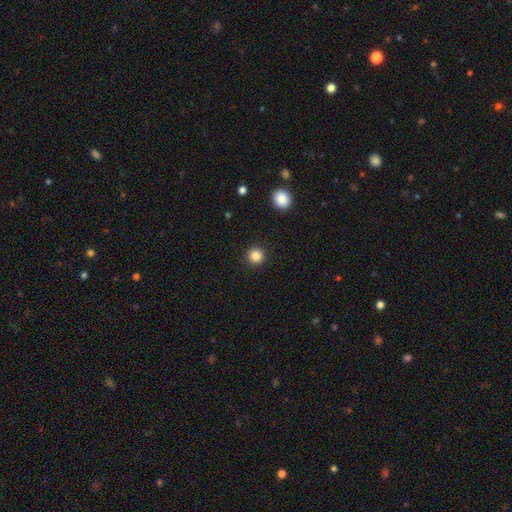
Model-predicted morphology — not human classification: The model was most divided on "smooth or featured": smooth: 86%, star or artifact: 11%, featured or disk: 4%. More confident: how rounded — round (95%); merging — none (93%).